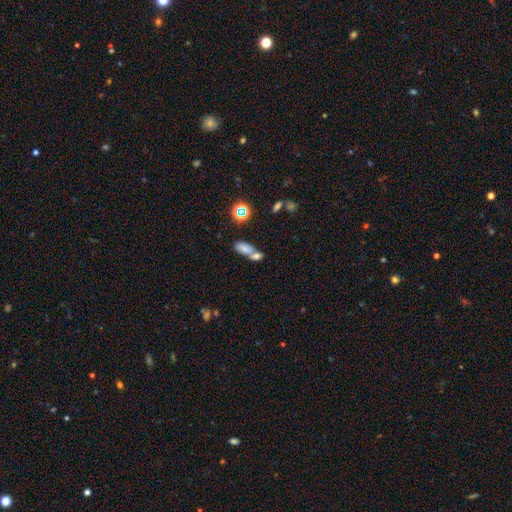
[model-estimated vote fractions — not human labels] A smooth galaxy with no disk features (71%) that is in between round and cigar-shaped (76%). Merging: merger (55%).